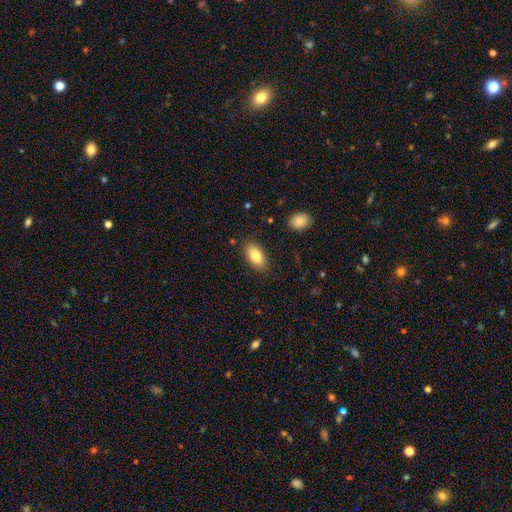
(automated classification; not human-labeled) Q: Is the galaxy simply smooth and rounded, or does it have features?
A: smooth — 82%.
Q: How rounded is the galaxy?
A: in between — 91%.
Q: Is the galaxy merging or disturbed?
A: none — 85%.